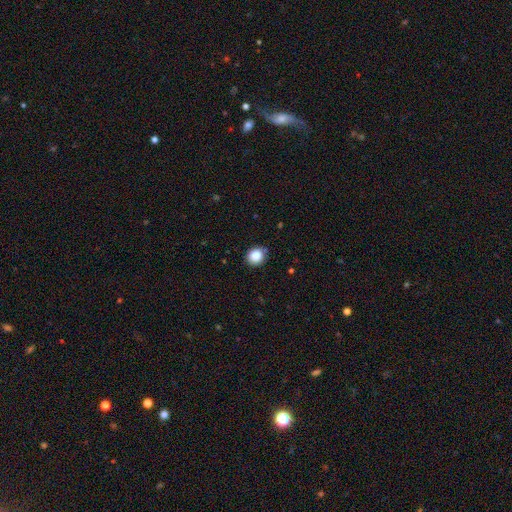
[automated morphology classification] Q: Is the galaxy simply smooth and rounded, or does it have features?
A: smooth — 86%.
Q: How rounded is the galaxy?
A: round — 80%.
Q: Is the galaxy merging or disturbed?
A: none — 84%.